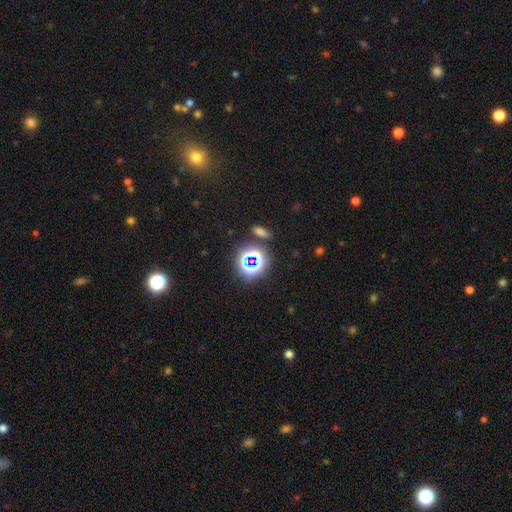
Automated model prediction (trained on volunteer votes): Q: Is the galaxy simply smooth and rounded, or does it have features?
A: star or artifact — 59%.